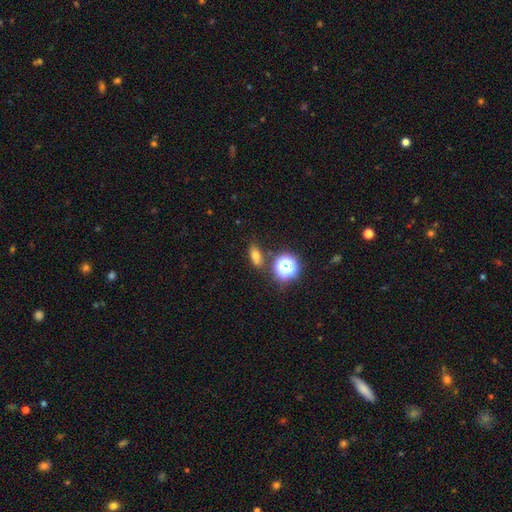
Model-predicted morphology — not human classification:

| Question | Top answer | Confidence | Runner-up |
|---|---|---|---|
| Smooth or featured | smooth | 66% | star or artifact (23%) |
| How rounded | in between | 73% | round (19%) |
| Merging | none | 77% | minor disturbance (12%) |